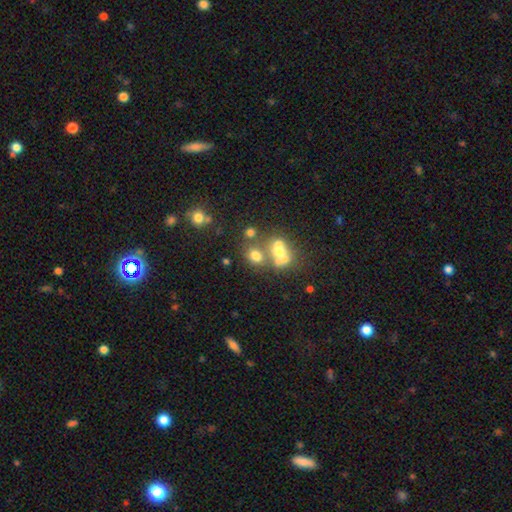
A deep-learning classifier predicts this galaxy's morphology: Smooth or featured? smooth (62%)
How rounded? round (60%)
Merging? none (45%)